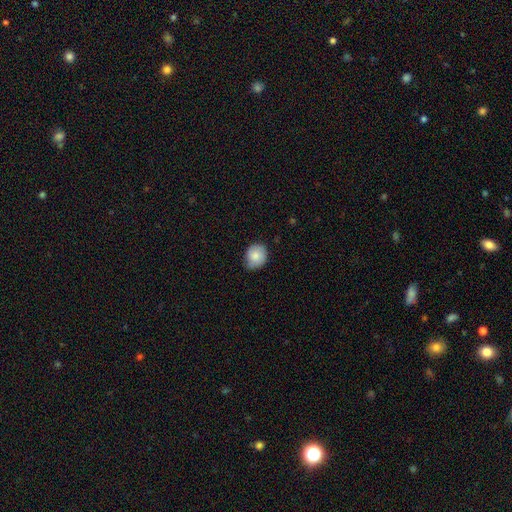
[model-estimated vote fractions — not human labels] smooth 80%, featured or disk 12%, star or artifact 7%. Down the decision tree: how rounded — round (71%); merging — none (67%).